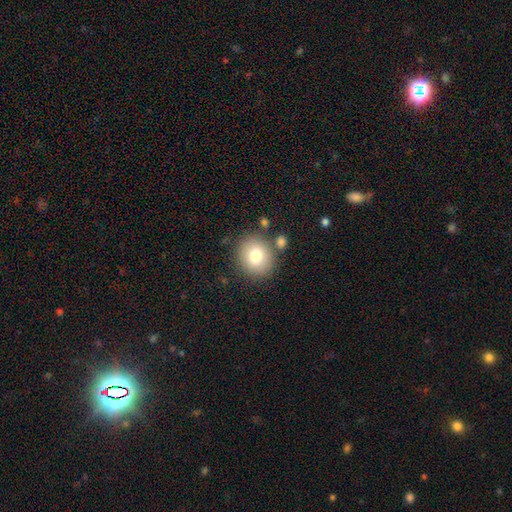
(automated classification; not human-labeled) smooth-or-featured: smooth: 77% | featured or disk: 13% | star or artifact: 10%
  how-rounded: round: 77% | in between: 22% | cigar-shaped: 1%
  merging: none: 80% | minor disturbance: 10% | merger: 6% | major disturbance: 4%